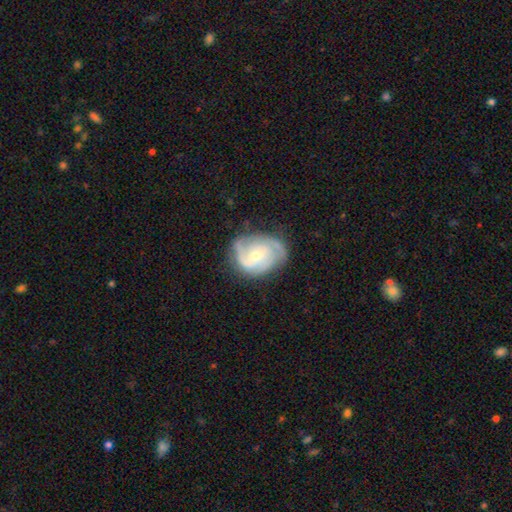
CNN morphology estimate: Overall: featured or disk (80%). Edge-on disk: no (97%). Bar: no (57%; weak 35%). Spiral arms: yes (93%). Spiral arm count: 2 (54%; 3 19%). Spiral winding: tight (43%, tied with medium). Bulge size: small (52%; moderate 45%). Merging: none (66%).